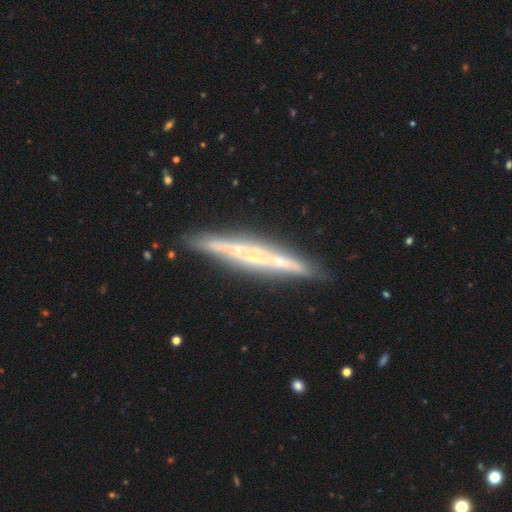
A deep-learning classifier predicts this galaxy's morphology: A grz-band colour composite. It shows a featured or disk galaxy (73%) viewed edge-on (94%) with no central bulge (73%). Merging: none (84%).